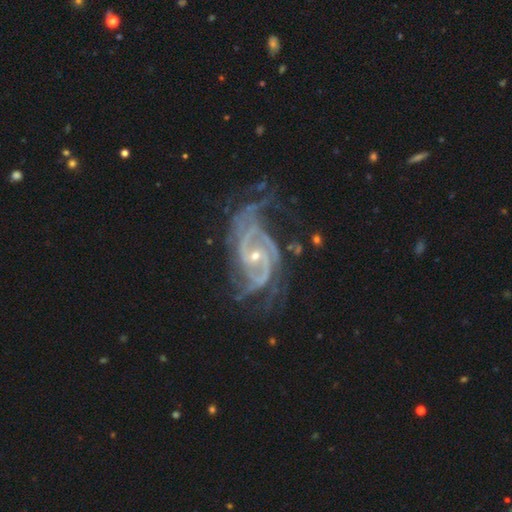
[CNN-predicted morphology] Smooth or featured?
  - featured or disk: 91% *
  - star or artifact: 6%
  - smooth: 3%
Edge-on disk?
  - no: 97% *
  - yes: 3%
Bar?
  - no: 48% *
  - weak: 35%
  - strong: 17%
Spiral arms?
  - yes: 98% *
  - no: 2%
Spiral winding?
  - tight: 47% *
  - medium: 42%
  - loose: 11%
Spiral arm count?
  - 2: 47% *
  - 3: 18%
  - can't tell: 15%
  - 4: 9%
  - more than 4: 6%
  - 1: 6%
Bulge size?
  - small: 68% *
  - moderate: 29%
  - none: 1%
  - large: 1%
  - dominant: 1%
Merging?
  - none: 53% *
  - minor disturbance: 24%
  - major disturbance: 20%
  - merger: 3%